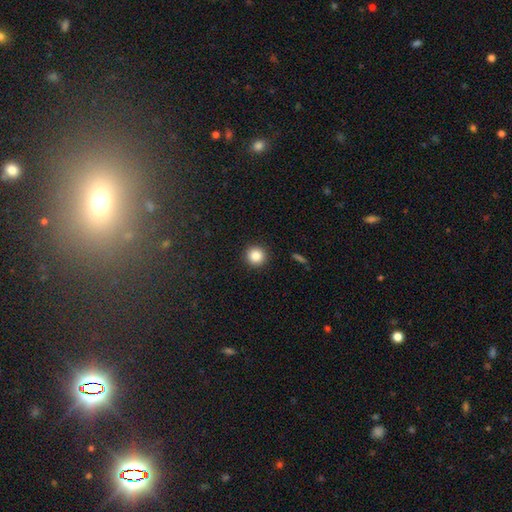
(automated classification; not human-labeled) smooth-or-featured: smooth: 85% | star or artifact: 10% | featured or disk: 4%
  how-rounded: round: 95% | in between: 4% | cigar-shaped: 1%
  merging: none: 92% | minor disturbance: 5% | major disturbance: 2% | merger: 1%